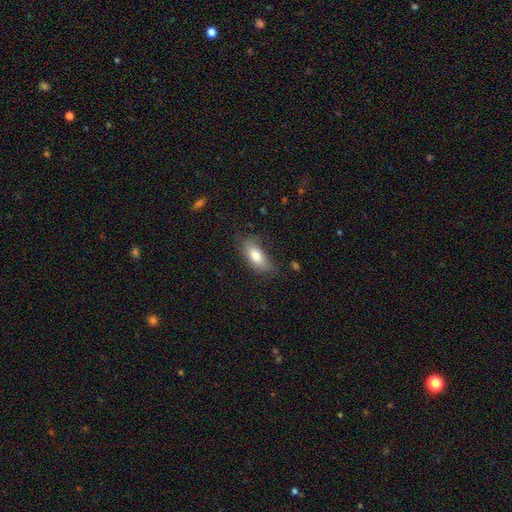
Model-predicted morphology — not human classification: Smooth or featured?
  - smooth: 77% *
  - featured or disk: 16%
  - star or artifact: 8%
How rounded?
  - in between: 84% *
  - cigar-shaped: 12%
  - round: 4%
Merging?
  - none: 66% *
  - minor disturbance: 25%
  - major disturbance: 8%
  - merger: 2%